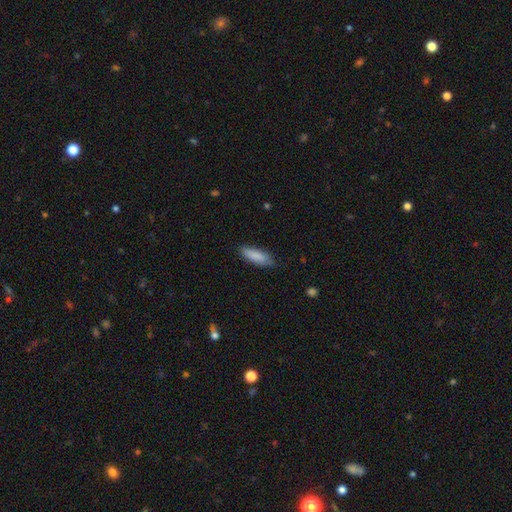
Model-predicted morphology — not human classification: Smooth or featured? smooth (87%)
How rounded? in between (54%)
Merging? none (78%)